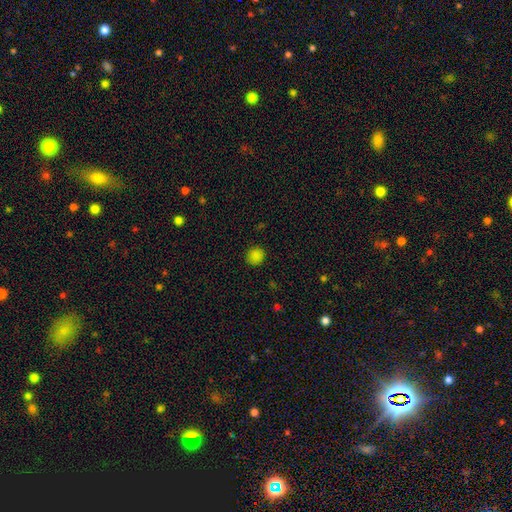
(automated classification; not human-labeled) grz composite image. It shows a smooth galaxy with no disk features (83%) that is round (91%). Merging: none (89%).